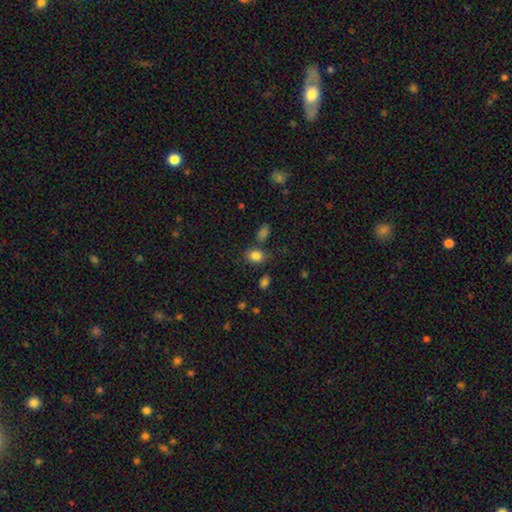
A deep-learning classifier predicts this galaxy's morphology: A smooth galaxy with no disk features (83%) that is in between round and cigar-shaped (66%).

Vote fractions:
- Smooth or featured? smooth: 83% / star or artifact: 11% / featured or disk: 6%
- How rounded? in between: 66% / round: 32% / cigar-shaped: 1%
- Merging? none: 74% / minor disturbance: 13% / merger: 9% / major disturbance: 4%